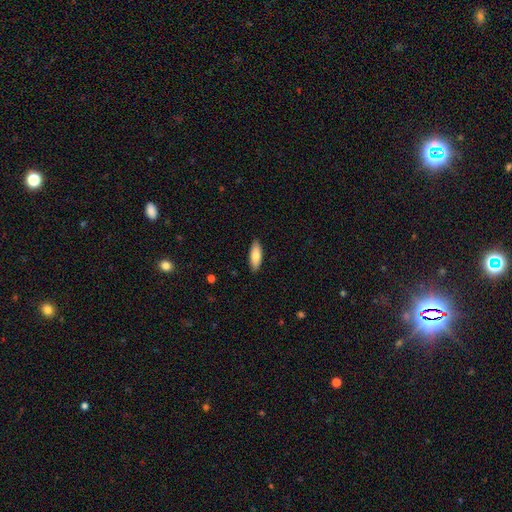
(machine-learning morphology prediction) Smooth or featured? smooth (80%)
How rounded? in between (71%)
Merging? none (89%)